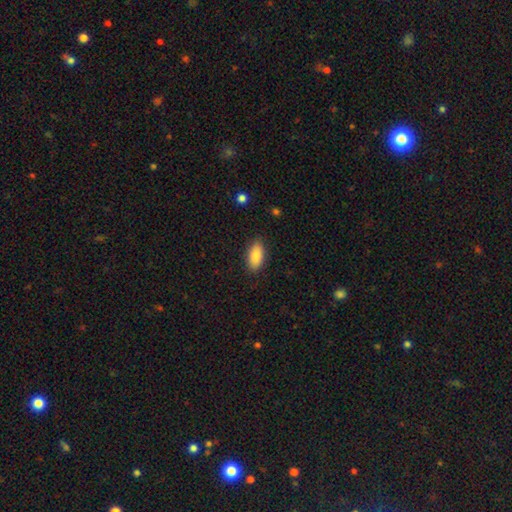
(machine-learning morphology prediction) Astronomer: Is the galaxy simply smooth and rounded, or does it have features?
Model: smooth — 86%.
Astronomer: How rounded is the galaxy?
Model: in between — 90%.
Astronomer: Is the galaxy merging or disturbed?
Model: none — 86%.